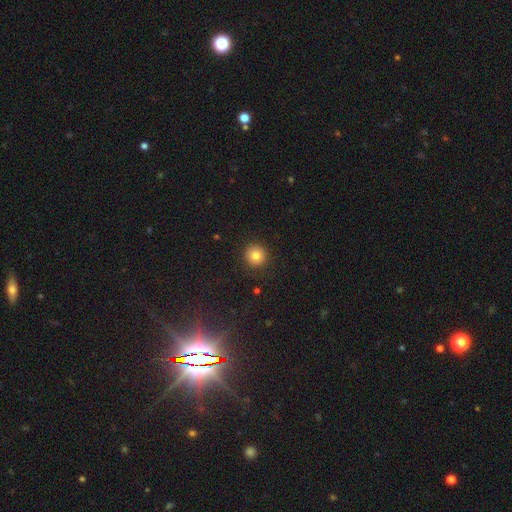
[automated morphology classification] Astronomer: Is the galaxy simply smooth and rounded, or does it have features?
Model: smooth — 82%.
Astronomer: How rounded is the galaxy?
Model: round — 95%.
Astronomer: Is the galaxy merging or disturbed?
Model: none — 92%.